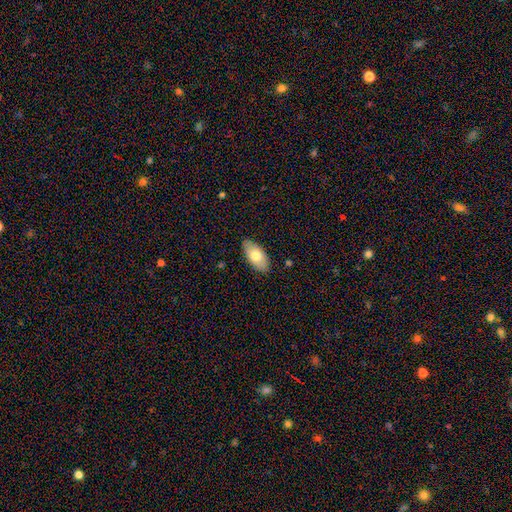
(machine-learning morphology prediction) A smooth galaxy with no disk features (74%) that is in between round and cigar-shaped (94%). Merging: none (86%).